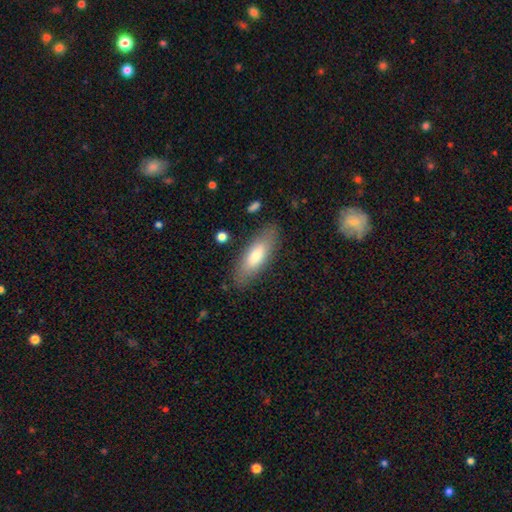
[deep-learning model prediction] A smooth galaxy with no disk features (72%) that is in between round and cigar-shaped (63%). Merging: none (84%).